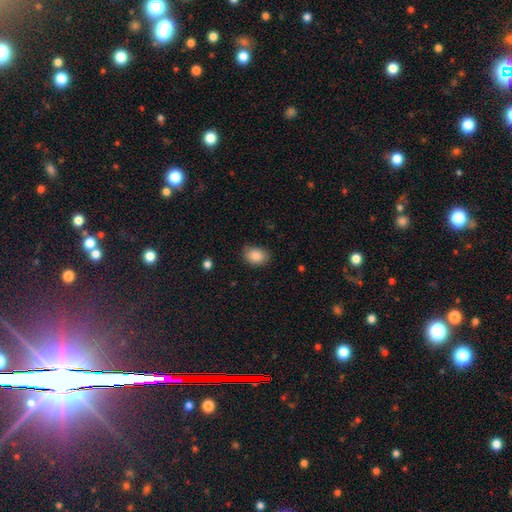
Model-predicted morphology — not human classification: This appears to be a smooth galaxy with no disk features (87%) that is in between round and cigar-shaped (69%). Merging: none (76%).